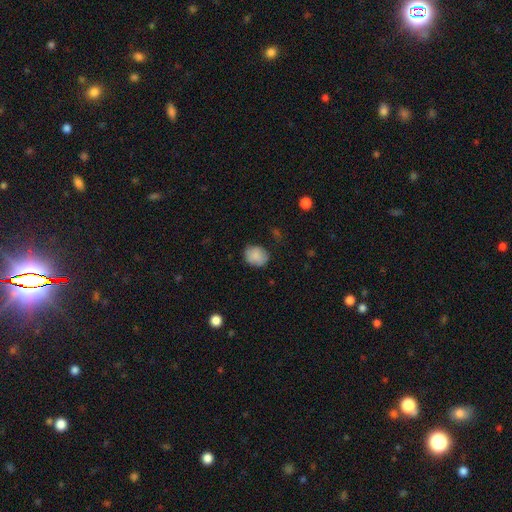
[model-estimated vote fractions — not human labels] Smooth or featured?
  - smooth: 85% *
  - star or artifact: 8%
  - featured or disk: 7%
How rounded?
  - round: 61% *
  - in between: 38%
  - cigar-shaped: 1%
Merging?
  - none: 74% *
  - minor disturbance: 20%
  - major disturbance: 5%
  - merger: 2%